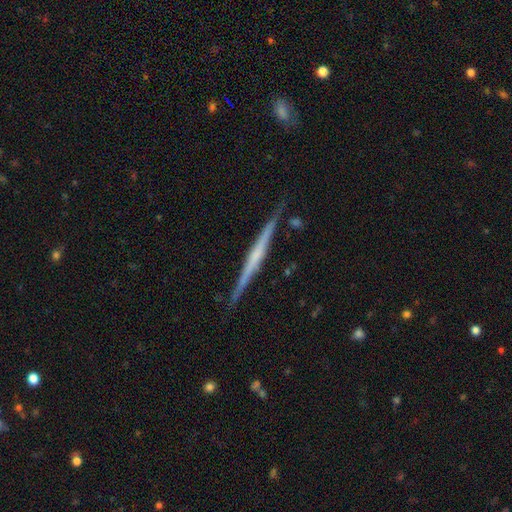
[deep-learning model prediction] Overall: featured or disk (74%). Edge-on disk: yes (98%). Edge-on bulge: none (54%; rounded 32%). Merging: none (88%).